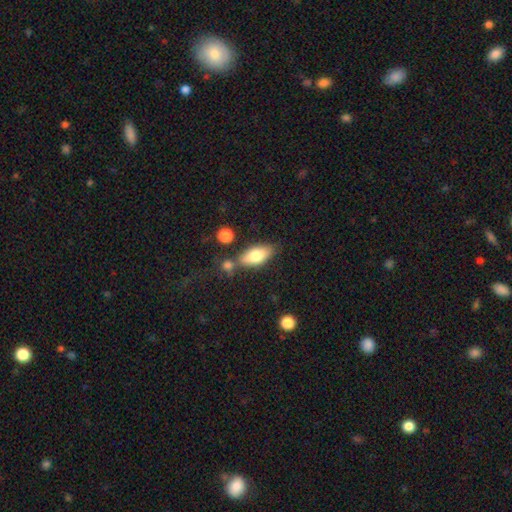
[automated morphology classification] smooth-or-featured: smooth: 75% | featured or disk: 18% | star or artifact: 7%
  how-rounded: in between: 84% | cigar-shaped: 13% | round: 3%
  merging: none: 68% | minor disturbance: 15% | merger: 13% | major disturbance: 4%